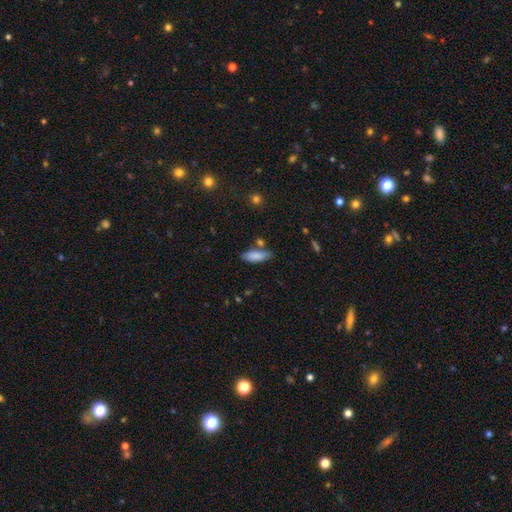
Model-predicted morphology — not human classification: Smooth or featured: smooth — 83% (featured or disk — 10%)
How rounded: in between — 70% (cigar-shaped — 28%)
Merging: none — 69% (minor disturbance — 17%)